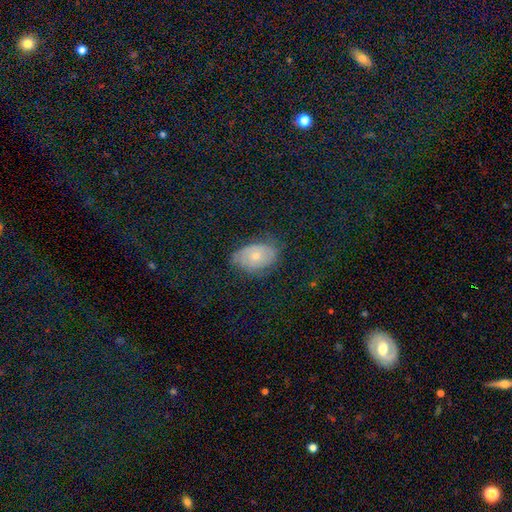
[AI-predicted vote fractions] smooth-or-featured: smooth: 54% | featured or disk: 32% | star or artifact: 14%
  how-rounded: in between: 85% | round: 14% | cigar-shaped: 2%
  merging: none: 67% | minor disturbance: 24% | major disturbance: 8% | merger: 1%